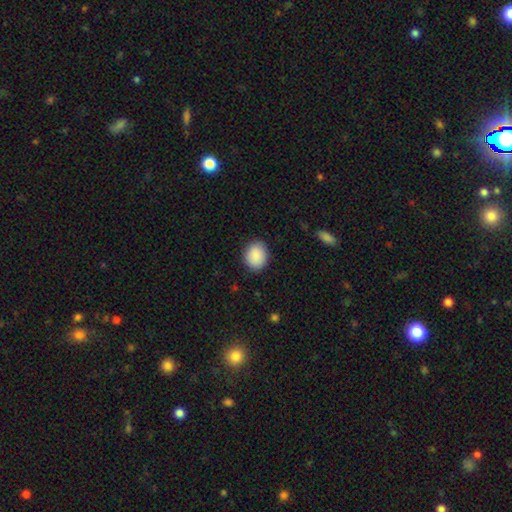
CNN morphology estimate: Q: Smooth or featured?
A: smooth (89%); runner-up: star or artifact (7%)
Q: How rounded?
A: round (54%); runner-up: in between (45%)
Q: Merging?
A: none (87%); runner-up: minor disturbance (10%)